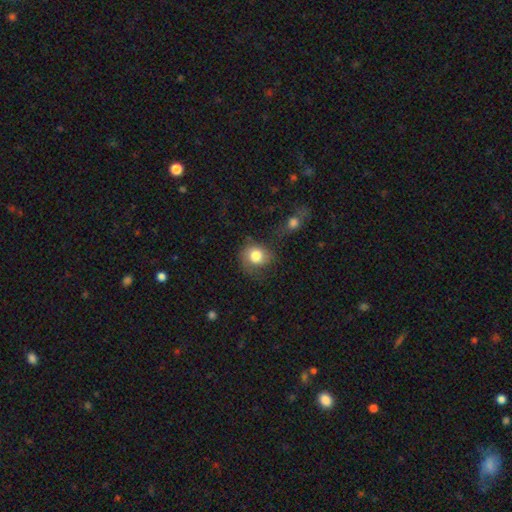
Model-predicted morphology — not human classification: smooth-or-featured: smooth: 79% | featured or disk: 13% | star or artifact: 8%
  how-rounded: round: 72% | in between: 27% | cigar-shaped: 1%
  merging: none: 53% | minor disturbance: 26% | major disturbance: 14% | merger: 7%